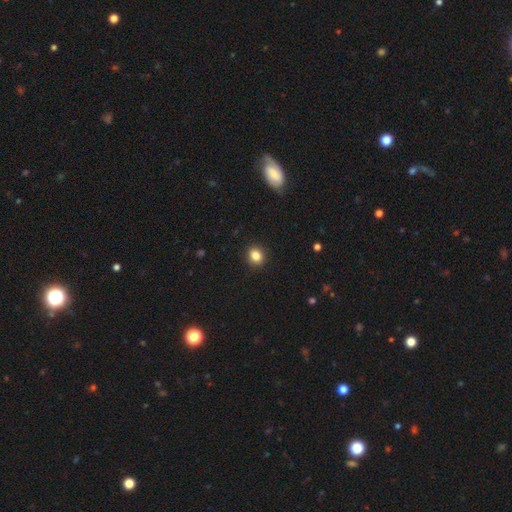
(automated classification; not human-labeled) Smooth or featured?
  - smooth: 85% *
  - star or artifact: 11%
  - featured or disk: 5%
How rounded?
  - round: 68% *
  - in between: 31%
  - cigar-shaped: 1%
Merging?
  - none: 91% *
  - minor disturbance: 7%
  - major disturbance: 2%
  - merger: 1%